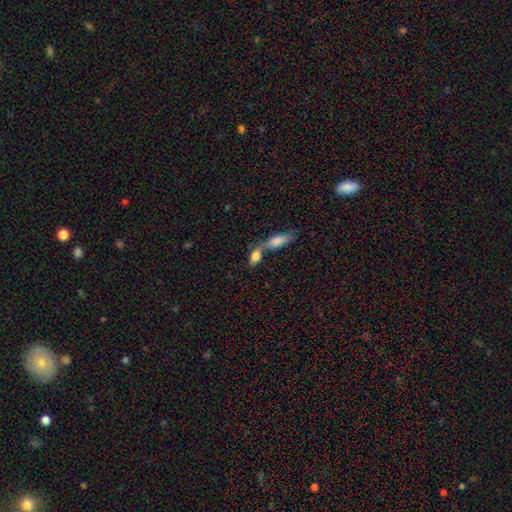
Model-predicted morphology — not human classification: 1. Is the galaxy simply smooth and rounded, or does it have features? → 80% smooth, 13% featured or disk, 8% star or artifact.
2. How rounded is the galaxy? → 81% in between, 13% cigar-shaped, 7% round.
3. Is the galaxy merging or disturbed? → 60% merger, 28% none, 8% minor disturbance, 4% major disturbance.